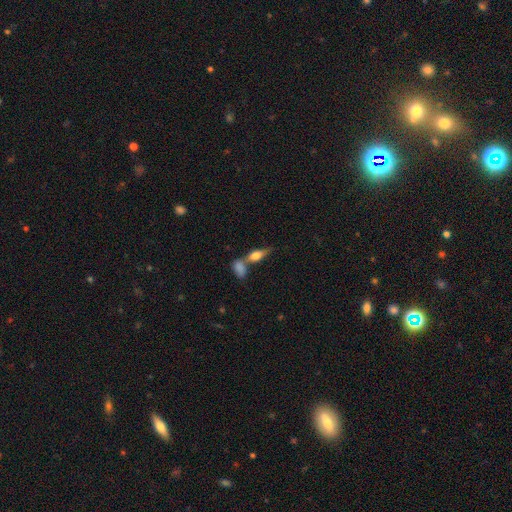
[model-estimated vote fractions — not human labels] smooth-or-featured: smooth: 56% | featured or disk: 36% | star or artifact: 8%
  how-rounded: in between: 61% | cigar-shaped: 32% | round: 6%
  merging: none: 49% | merger: 34% | minor disturbance: 12% | major disturbance: 5%